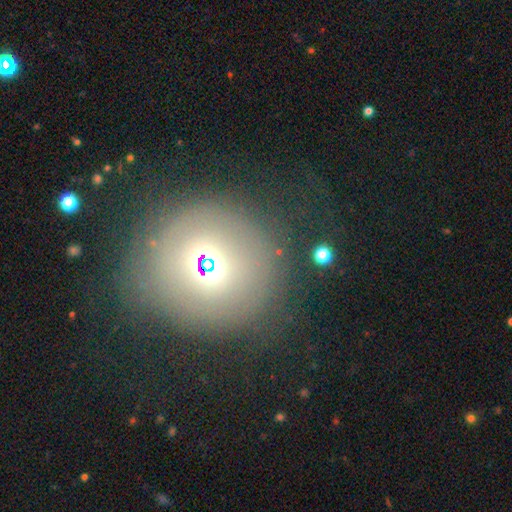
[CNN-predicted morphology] smooth_or_featured: smooth (p=0.42) [alt: featured or disk p=0.34]
merging: none (p=0.65) [alt: minor disturbance p=0.16]